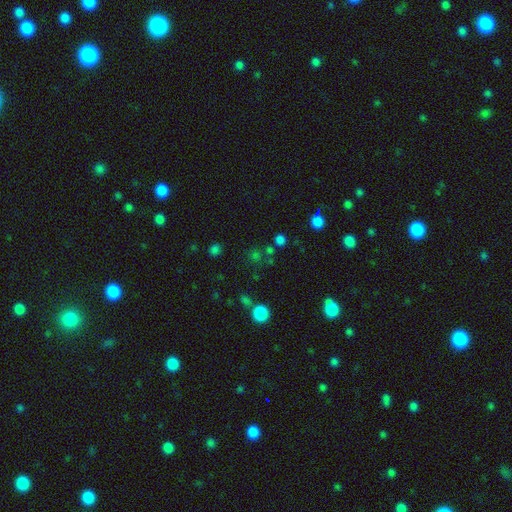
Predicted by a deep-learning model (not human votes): Smooth or featured?
  - smooth: 51% *
  - star or artifact: 41%
  - featured or disk: 8%
How rounded?
  - round: 87% *
  - in between: 11%
  - cigar-shaped: 1%
Merging?
  - none: 74% *
  - merger: 11%
  - minor disturbance: 10%
  - major disturbance: 5%